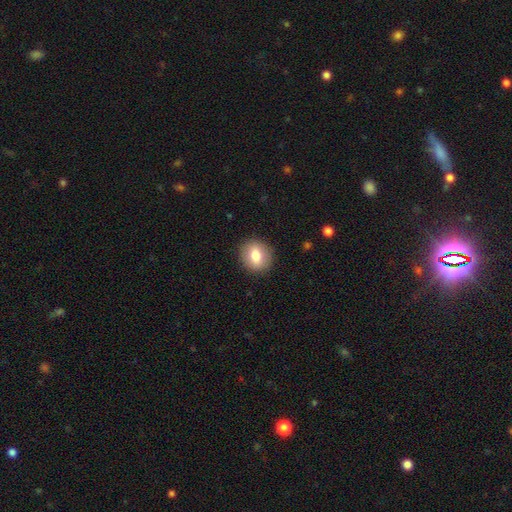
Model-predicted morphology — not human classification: This appears to be a smooth galaxy with no disk features (77%) that is round (73%). Merging: none (89%).